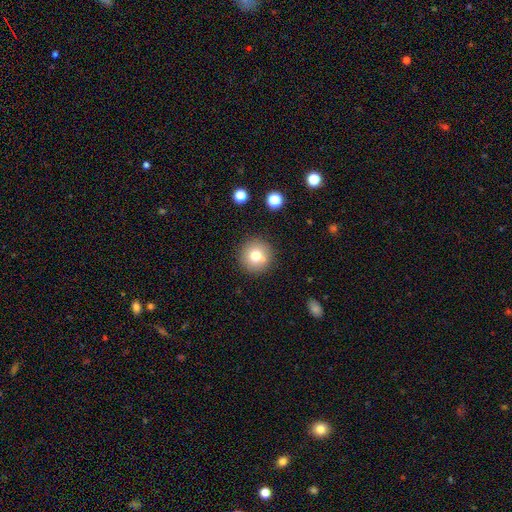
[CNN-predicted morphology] This appears to be a smooth galaxy with no disk features (72%) that is round (95%). Merging: none (79%).